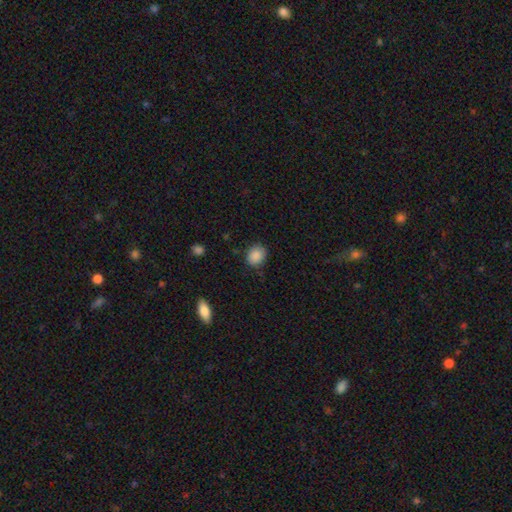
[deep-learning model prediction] Smooth or featured? Predicted: smooth (p=0.88). How rounded? Predicted: round (p=0.60). Merging? Predicted: none (p=0.81).